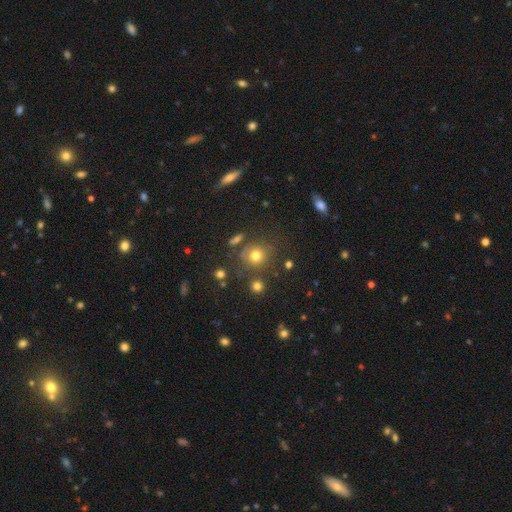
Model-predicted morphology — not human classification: Smooth or featured? smooth (73%)
How rounded? round (86%)
Merging? none (72%)